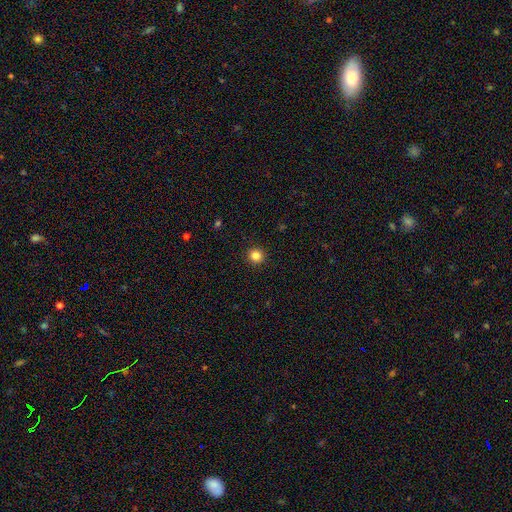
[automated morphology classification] smooth 84%, star or artifact 12%, featured or disk 4%. Down the decision tree: how rounded — round (94%); merging — none (93%).